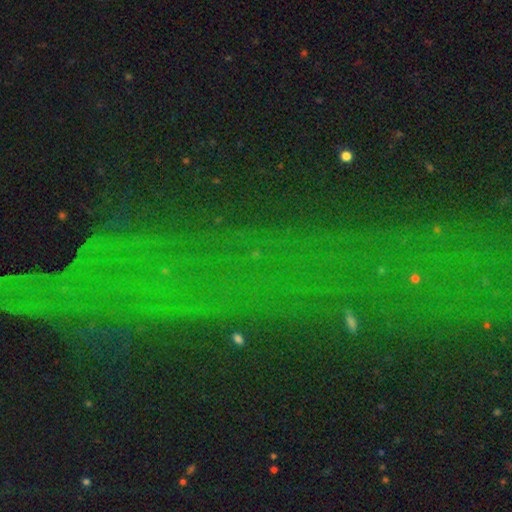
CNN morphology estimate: A star or artifact, not a galaxy (71%).

Vote fractions:
- Smooth or featured? star or artifact: 71% / featured or disk: 15% / smooth: 13%